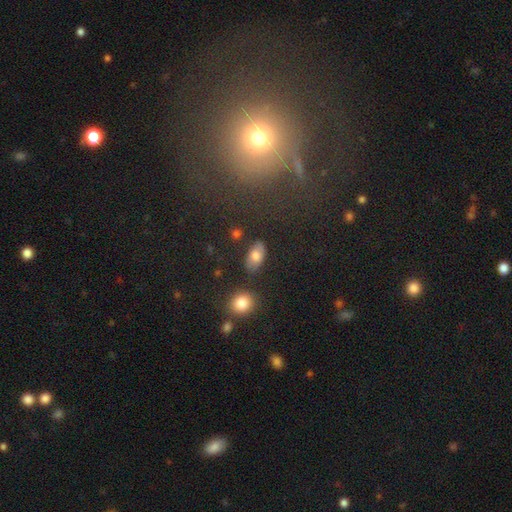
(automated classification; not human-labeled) smooth 76%, featured or disk 15%, star or artifact 10%. Down the decision tree: how rounded — in between (91%); merging — none (80%).